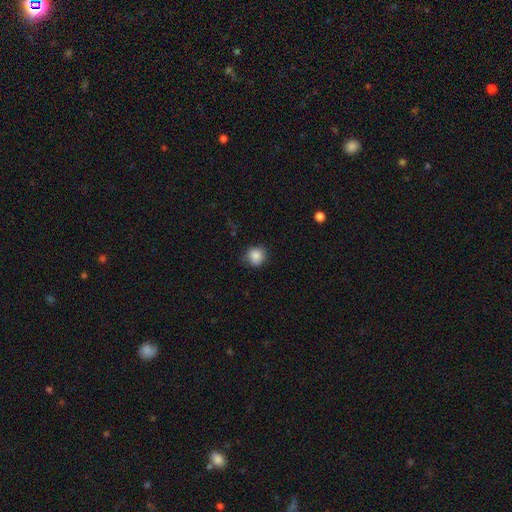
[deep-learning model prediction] The model was most divided on "merging": none: 78%, minor disturbance: 18%, major disturbance: 3%, merger: 1%. More confident: how rounded — round (88%); smooth or featured — smooth (86%).